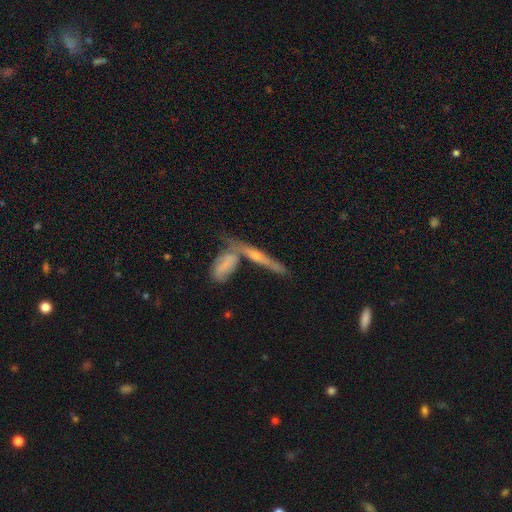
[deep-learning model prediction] smooth-or-featured: featured or disk: 59% | smooth: 26% | star or artifact: 14%
  disk-edge-on: yes: 84% | no: 16%
  merging: none: 48% | merger: 35% | minor disturbance: 11% | major disturbance: 6%